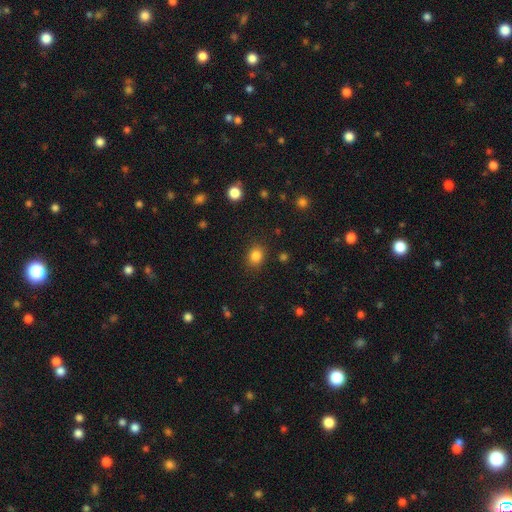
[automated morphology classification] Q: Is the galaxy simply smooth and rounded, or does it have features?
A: smooth — 84%.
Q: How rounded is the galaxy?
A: round — 58%.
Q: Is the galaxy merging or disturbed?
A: none — 86%.